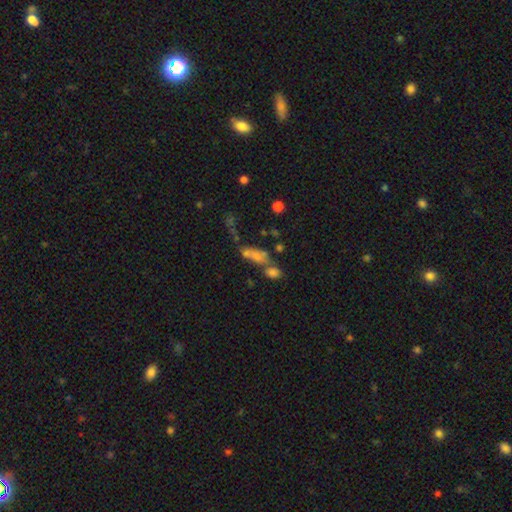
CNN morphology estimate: smooth 58%, featured or disk 26%, star or artifact 16%. Down the decision tree: how rounded — in between (71%); merging — merger (53%).